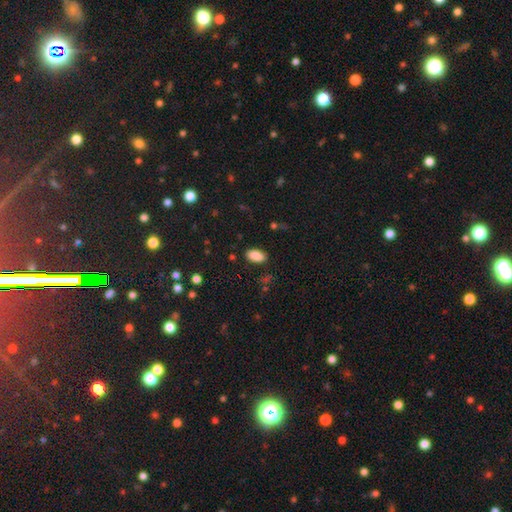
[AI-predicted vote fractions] Q: Smooth or featured?
A: smooth (88%); runner-up: star or artifact (9%)
Q: How rounded?
A: in between (93%); runner-up: cigar-shaped (3%)
Q: Merging?
A: none (86%); runner-up: minor disturbance (10%)